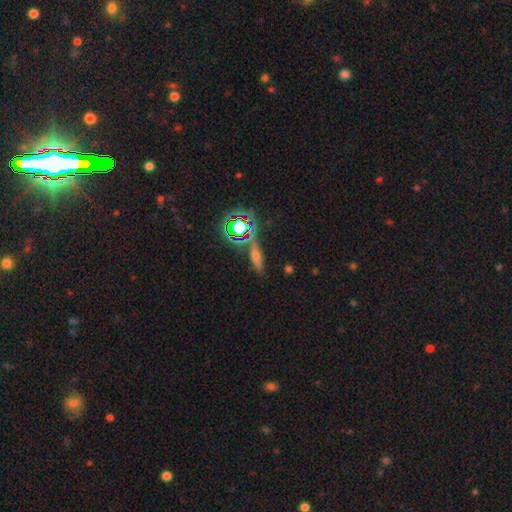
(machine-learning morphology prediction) smooth 34% (tied), featured or disk 34% (tied), star or artifact 31%. Down the decision tree: merging — none (74%).